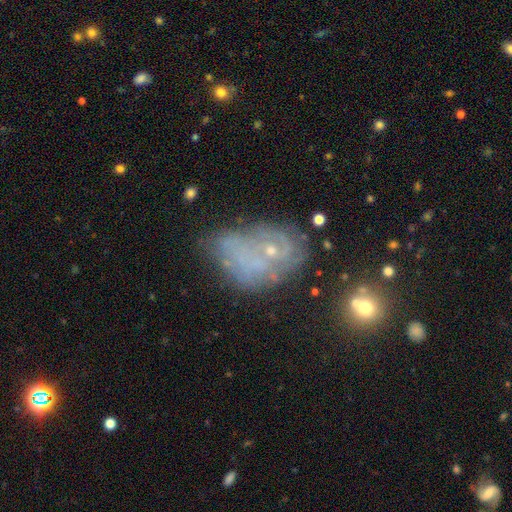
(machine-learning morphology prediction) Overall: featured or disk (51%; smooth 26%). Edge-on disk: no (96%). Merging: none (38%; minor disturbance 25%).